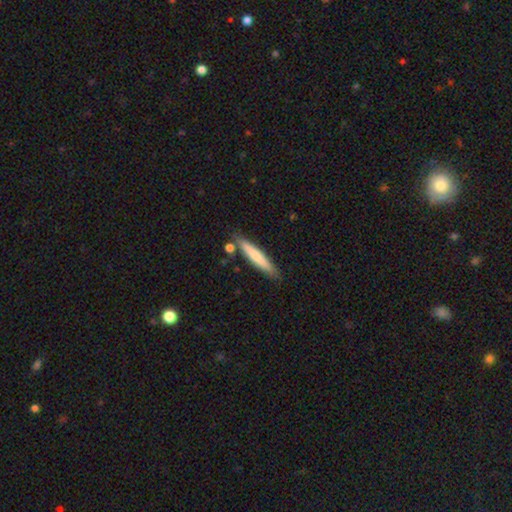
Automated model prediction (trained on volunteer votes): Smooth or featured?
  - smooth: 70% *
  - featured or disk: 25%
  - star or artifact: 5%
How rounded?
  - cigar-shaped: 93% *
  - in between: 6%
  - round: 1%
Merging?
  - none: 81% *
  - minor disturbance: 11%
  - merger: 5%
  - major disturbance: 2%